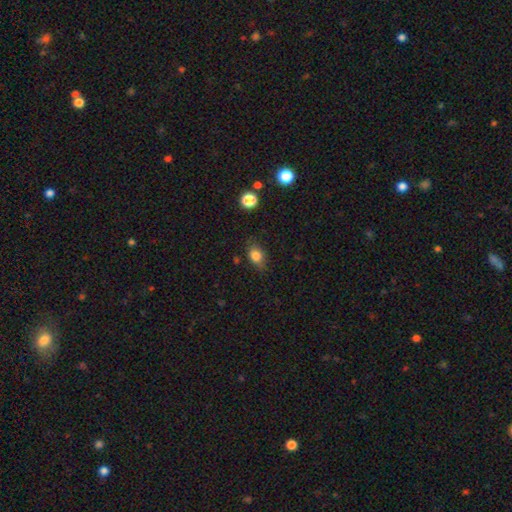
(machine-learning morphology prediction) Smooth or featured? Predicted: smooth (p=0.81). How rounded? Predicted: in between (p=0.69). Merging? Predicted: none (p=0.76).